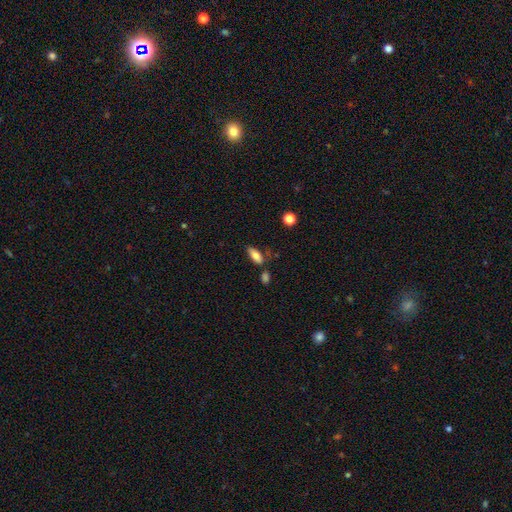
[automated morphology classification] smooth_or_featured: smooth (p=0.77) [alt: featured or disk p=0.15]
how_rounded: in between (p=0.77) [alt: cigar-shaped p=0.21]
merging: none (p=0.69) [alt: minor disturbance p=0.17]